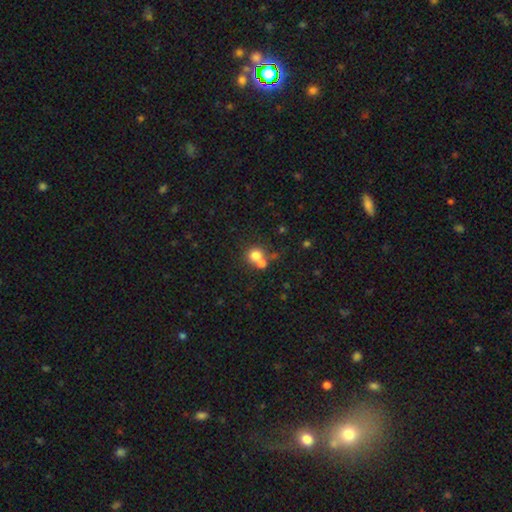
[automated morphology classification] The model was most divided on "merging": merger: 46%, none: 43%, minor disturbance: 7%, major disturbance: 4%. More confident: how rounded — round (85%); smooth or featured — smooth (74%).